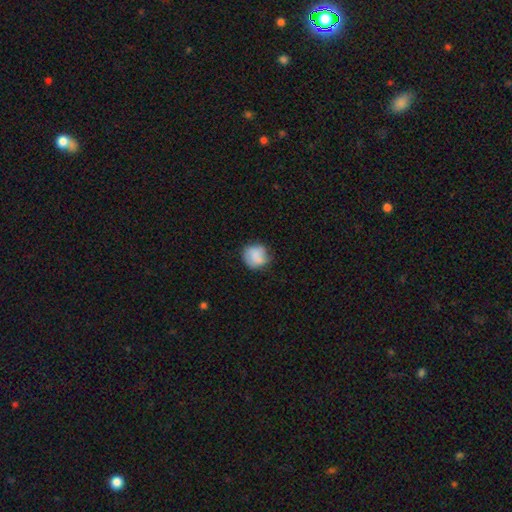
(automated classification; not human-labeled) A smooth galaxy with no disk features (75%) that is round (86%). Merging: none (66%).